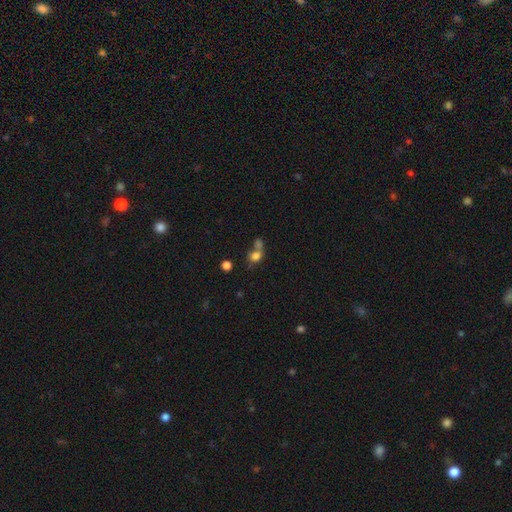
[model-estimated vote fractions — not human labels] The model was most divided on "merging": merger: 48%, none: 35%, minor disturbance: 10%, major disturbance: 7%. More confident: smooth or featured — smooth (76%); how rounded — round (59%).